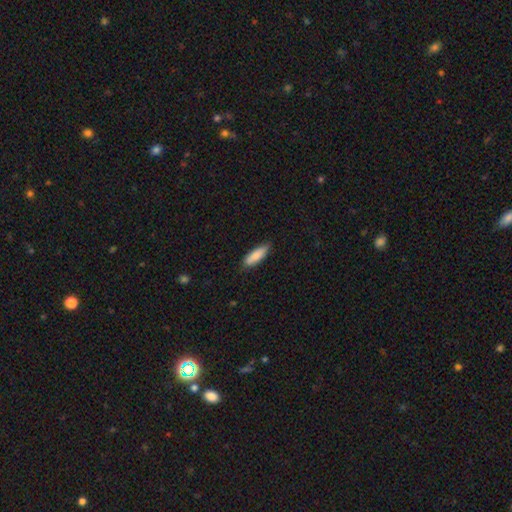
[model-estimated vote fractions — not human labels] Morphology: type=smooth (83%); roundness=in between (52%); merging=none (83%).